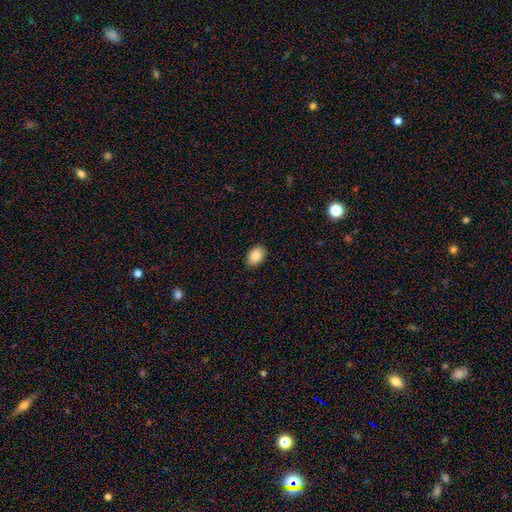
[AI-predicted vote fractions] Smooth or featured? smooth (89%)
How rounded? in between (79%)
Merging? none (87%)